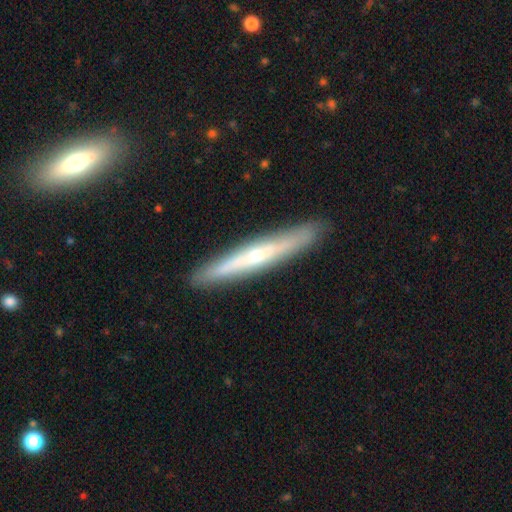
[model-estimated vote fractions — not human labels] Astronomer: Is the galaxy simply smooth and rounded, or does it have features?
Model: featured or disk — 64%.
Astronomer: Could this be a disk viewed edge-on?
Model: yes — 93%.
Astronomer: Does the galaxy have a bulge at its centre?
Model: rounded — 71%.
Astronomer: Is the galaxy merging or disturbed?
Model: none — 91%.